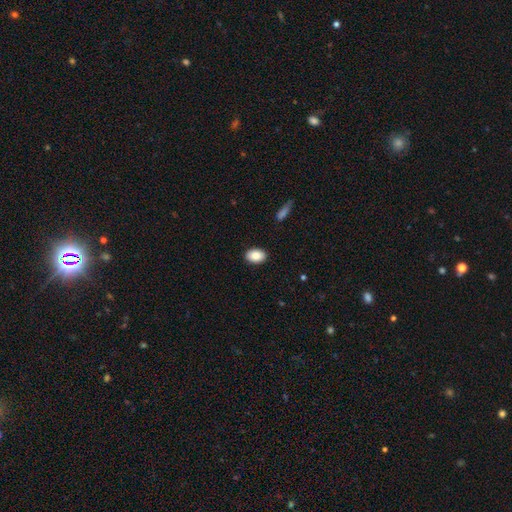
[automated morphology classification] Smooth or featured? Predicted: smooth (p=0.86). How rounded? Predicted: in between (p=0.87). Merging? Predicted: none (p=0.90).